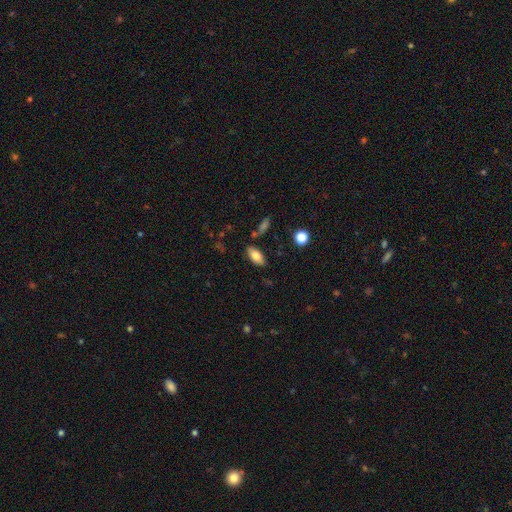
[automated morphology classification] smooth_or_featured: smooth (p=0.78) [alt: featured or disk p=0.14]
how_rounded: in between (p=0.89) [alt: cigar-shaped p=0.08]
merging: none (p=0.82) [alt: minor disturbance p=0.11]